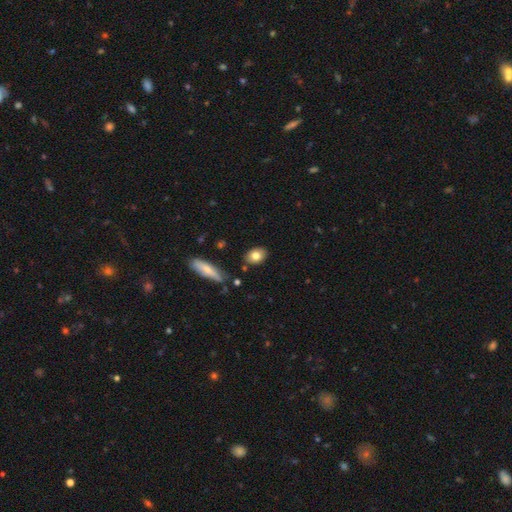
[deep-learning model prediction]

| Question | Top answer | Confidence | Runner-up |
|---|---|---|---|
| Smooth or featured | smooth | 79% | featured or disk (13%) |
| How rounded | in between | 72% | round (25%) |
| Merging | none | 85% | minor disturbance (10%) |